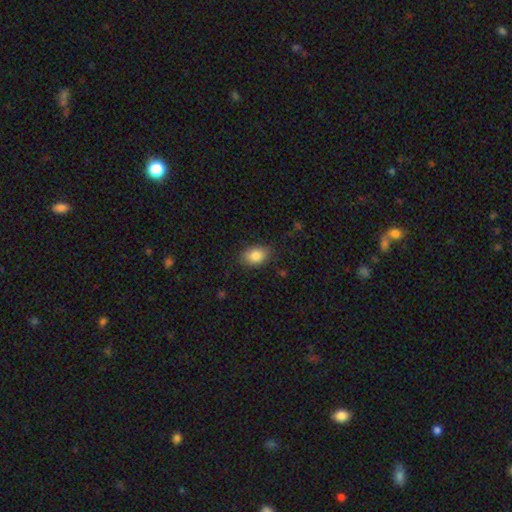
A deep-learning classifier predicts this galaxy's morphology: Smooth or featured?
  - smooth: 86% *
  - star or artifact: 8%
  - featured or disk: 6%
How rounded?
  - in between: 80% *
  - round: 19%
  - cigar-shaped: 1%
Merging?
  - none: 82% *
  - minor disturbance: 14%
  - major disturbance: 3%
  - merger: 1%